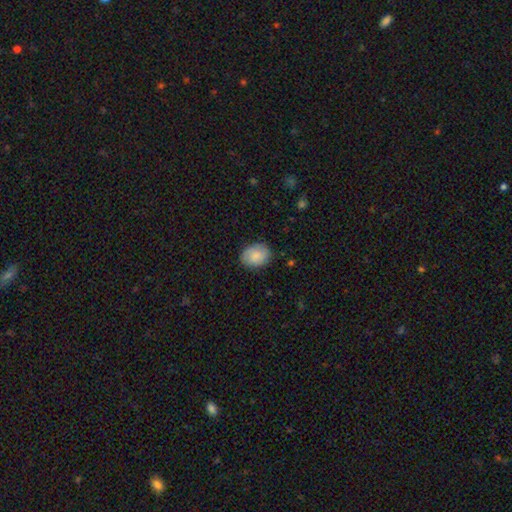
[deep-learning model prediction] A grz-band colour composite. It shows a smooth galaxy with no disk features (81%) that is in between round and cigar-shaped (60%). Merging: none (81%).